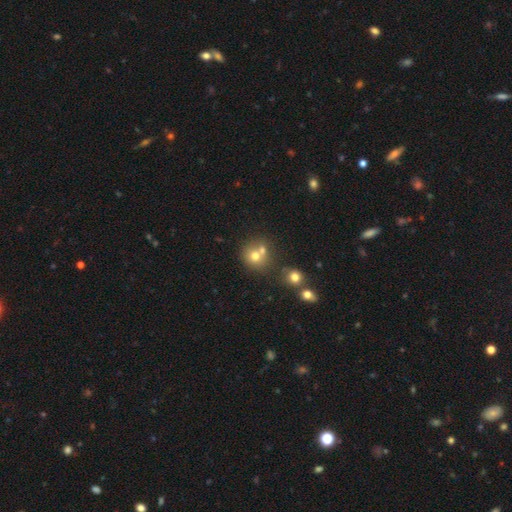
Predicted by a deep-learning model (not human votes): A smooth galaxy with no disk features (70%) that is round (84%).

Vote fractions:
- Smooth or featured? smooth: 70% / featured or disk: 16% / star or artifact: 14%
- How rounded? round: 84% / in between: 15% / cigar-shaped: 1%
- Merging? none: 47% / merger: 42% / minor disturbance: 8% / major disturbance: 3%